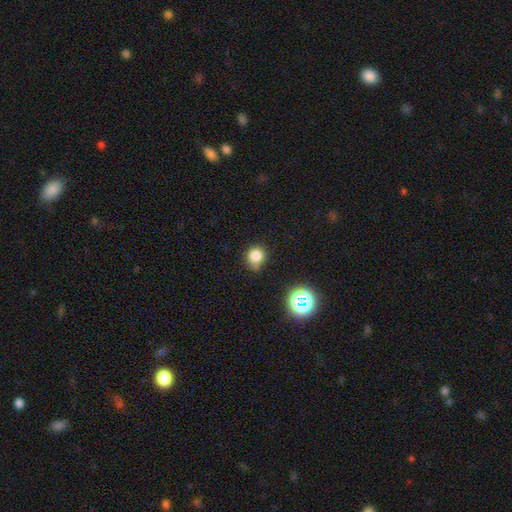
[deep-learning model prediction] This appears to be a smooth galaxy with no disk features (78%) that is round (88%). Merging: none (66%).